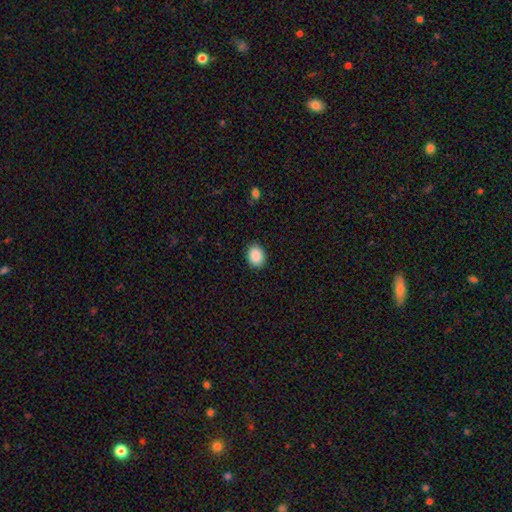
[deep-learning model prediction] Q: Smooth or featured?
A: smooth (89%); runner-up: star or artifact (8%)
Q: How rounded?
A: in between (53%); runner-up: round (46%)
Q: Merging?
A: none (89%); runner-up: minor disturbance (8%)